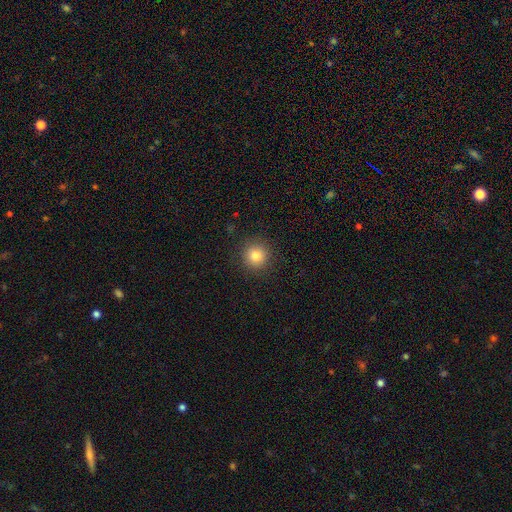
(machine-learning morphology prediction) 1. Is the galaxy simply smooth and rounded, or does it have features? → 81% smooth, 12% star or artifact, 7% featured or disk.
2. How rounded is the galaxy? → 93% round, 6% in between, 1% cigar-shaped.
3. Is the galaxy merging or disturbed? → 91% none, 6% minor disturbance, 2% major disturbance, 1% merger.